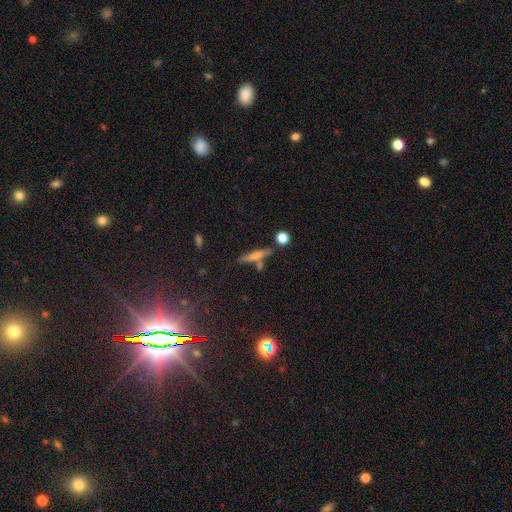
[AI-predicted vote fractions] Morphology: type=smooth (56%); roundness=cigar-shaped (84%); merging=none (71%).